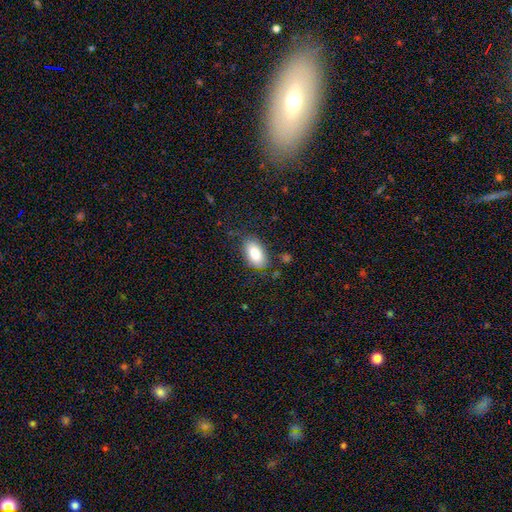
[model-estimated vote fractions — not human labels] smooth_or_featured: smooth (p=0.83) [alt: featured or disk p=0.10]
how_rounded: in between (p=0.92) [alt: round p=0.05]
merging: none (p=0.78) [alt: minor disturbance p=0.15]